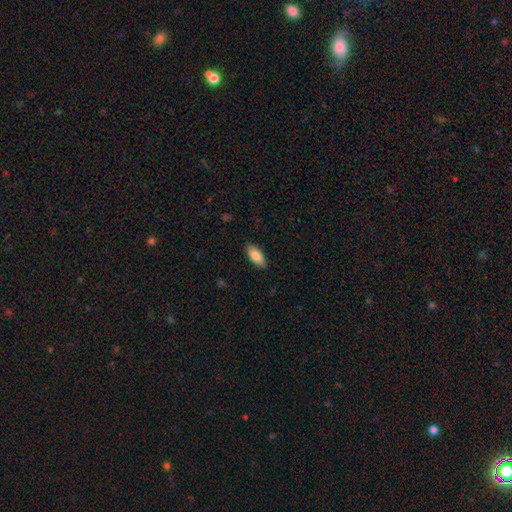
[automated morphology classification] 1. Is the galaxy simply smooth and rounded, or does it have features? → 85% smooth, 9% featured or disk, 6% star or artifact.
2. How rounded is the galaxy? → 87% in between, 11% cigar-shaped, 2% round.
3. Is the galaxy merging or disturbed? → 87% none, 10% minor disturbance, 2% major disturbance, 1% merger.